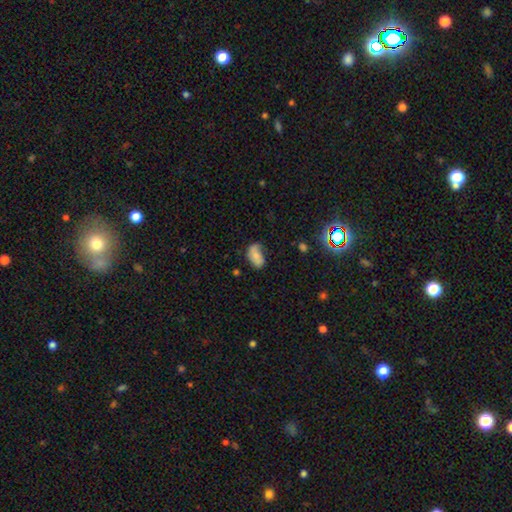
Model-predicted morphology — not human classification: A smooth galaxy with no disk features (69%) that is in between round and cigar-shaped (91%). Merging: none (47%).